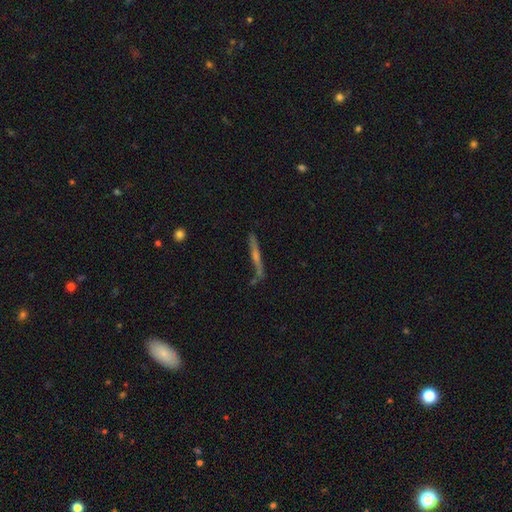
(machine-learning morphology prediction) Q: Smooth or featured?
A: featured or disk (65%); runner-up: smooth (27%)
Q: Edge-on disk?
A: yes (95%); runner-up: no (5%)
Q: Edge-on bulge?
A: rounded (59%); runner-up: none (32%)
Q: Merging?
A: none (76%); runner-up: minor disturbance (15%)